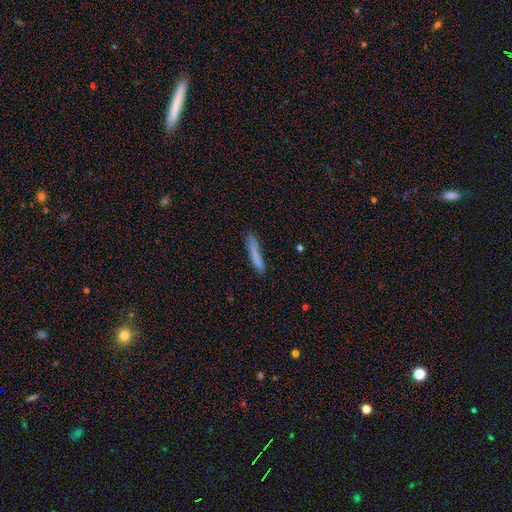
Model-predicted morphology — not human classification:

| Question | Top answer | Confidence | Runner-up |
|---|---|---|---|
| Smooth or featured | smooth | 79% | featured or disk (14%) |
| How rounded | cigar-shaped | 93% | in between (5%) |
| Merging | none | 75% | minor disturbance (18%) |